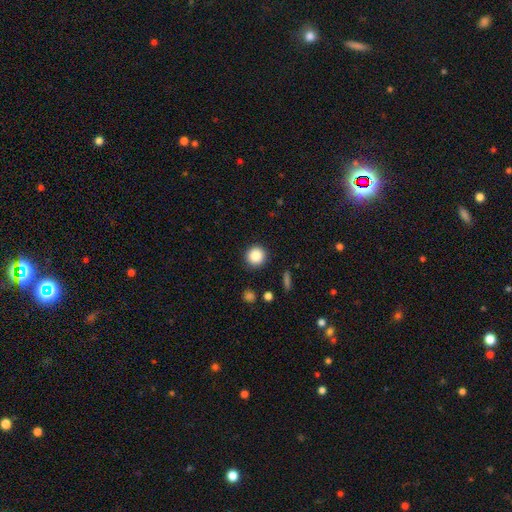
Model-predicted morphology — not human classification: Smooth or featured?
  - smooth: 87% *
  - star or artifact: 9%
  - featured or disk: 3%
How rounded?
  - round: 94% *
  - in between: 5%
  - cigar-shaped: 1%
Merging?
  - none: 90% *
  - minor disturbance: 6%
  - major disturbance: 2%
  - merger: 1%